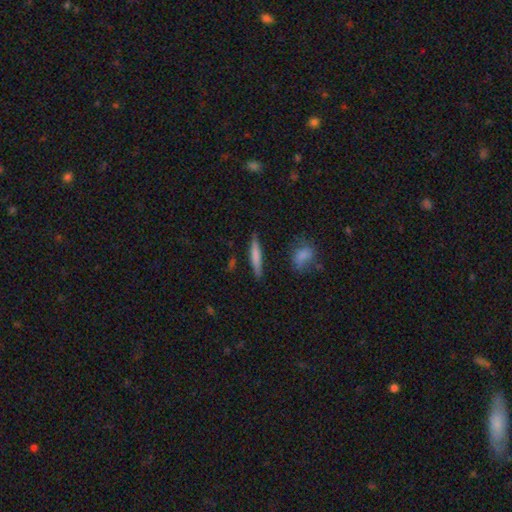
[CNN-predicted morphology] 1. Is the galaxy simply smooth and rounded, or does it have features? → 72% smooth, 22% featured or disk, 6% star or artifact.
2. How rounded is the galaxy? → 90% cigar-shaped, 8% in between, 2% round.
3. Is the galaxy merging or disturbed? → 84% none, 11% minor disturbance, 3% merger, 2% major disturbance.